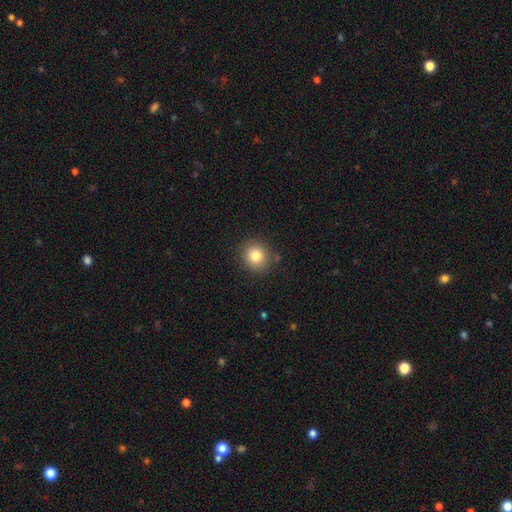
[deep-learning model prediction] Q: Smooth or featured?
A: smooth (81%); runner-up: star or artifact (11%)
Q: How rounded?
A: round (87%); runner-up: in between (12%)
Q: Merging?
A: none (87%); runner-up: minor disturbance (9%)